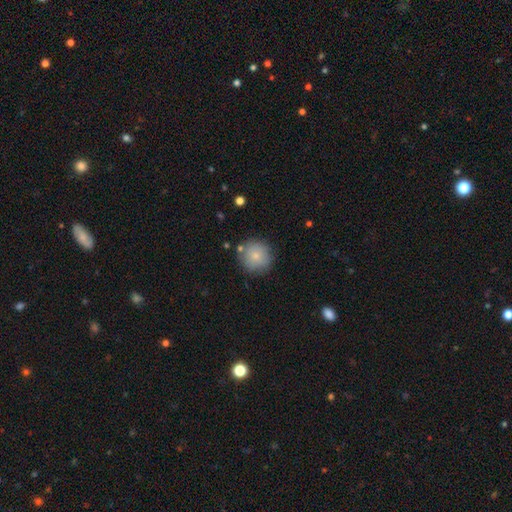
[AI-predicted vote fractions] smooth-or-featured: smooth: 81% | featured or disk: 11% | star or artifact: 8%
  how-rounded: round: 94% | in between: 5% | cigar-shaped: 1%
  merging: none: 82% | minor disturbance: 11% | merger: 4% | major disturbance: 3%